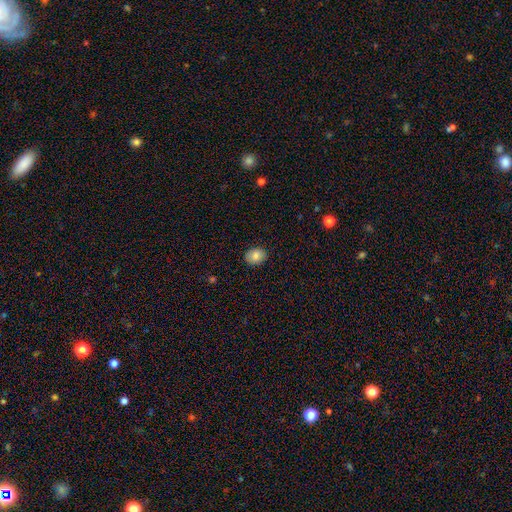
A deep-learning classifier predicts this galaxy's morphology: The model was most divided on "how rounded": in between: 50%, round: 49%, cigar-shaped: 1%. More confident: merging — none (89%); smooth or featured — smooth (86%).